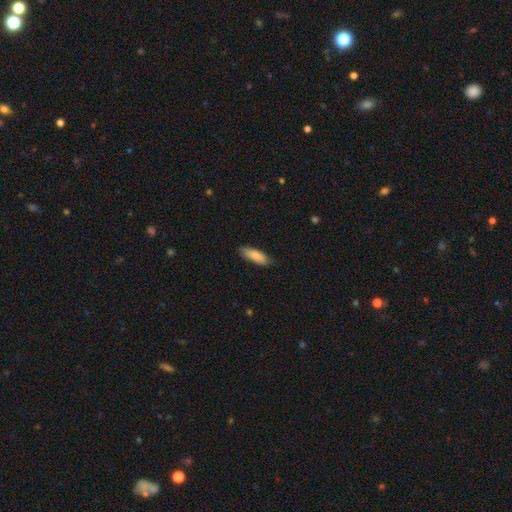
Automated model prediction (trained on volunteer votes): This appears to be a smooth galaxy with no disk features (84%) that is in between round and cigar-shaped (56%). Merging: none (84%).